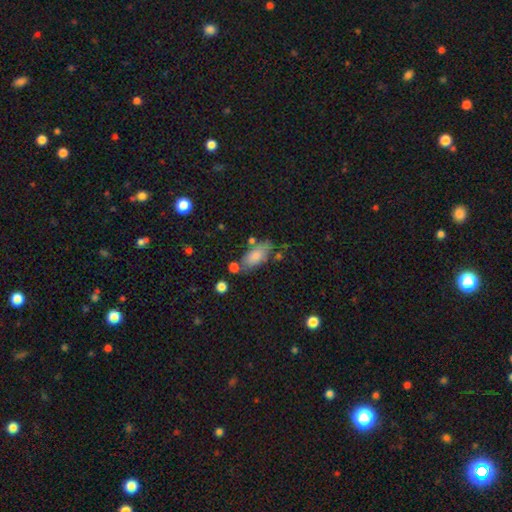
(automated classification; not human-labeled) Morphology: type=smooth (76%); roundness=in between (83%); merging=none (62%).